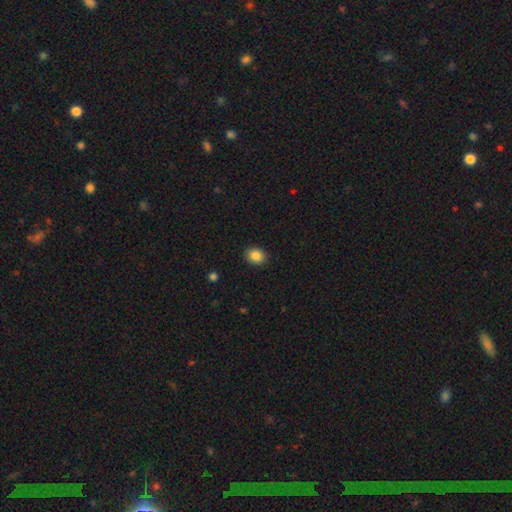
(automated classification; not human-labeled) A smooth galaxy with no disk features (87%) that is round (54%). Merging: none (90%).